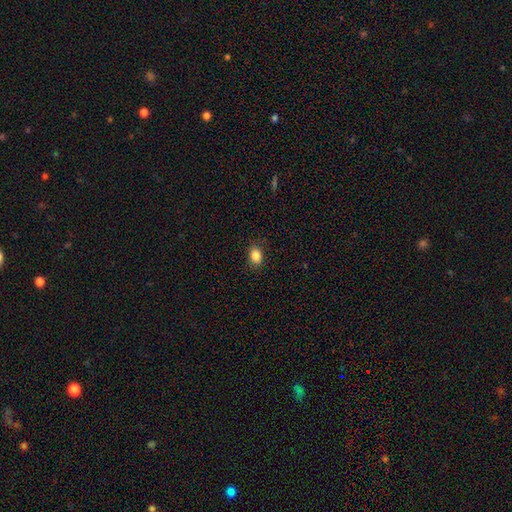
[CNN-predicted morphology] type=smooth (86%); roundness=in between (71%); merging=none (87%).